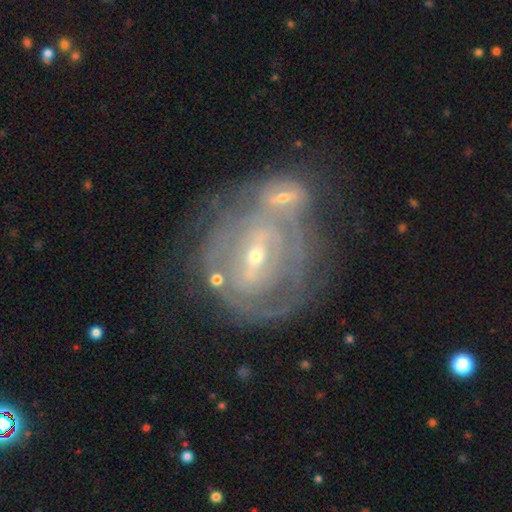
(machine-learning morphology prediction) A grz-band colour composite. It shows a featured or disk galaxy (82%) with a weak bar (42%), tight (65%) spiral arms (76%) and a small central bulge (70%). Merging: merger (46%).